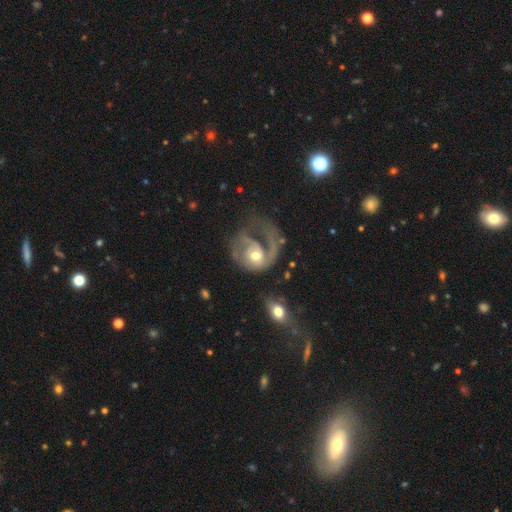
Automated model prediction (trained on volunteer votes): This is likely a featured or disk galaxy (74%). It is clearly not viewed edge-on (98%). Bar: likely no (72%). Spiral arm pattern: clearly yes (82%). Spiral arm count: likely 1 (70%). Spiral winding: marginally medium (38%). Central bulge: likely moderate (64%). Merging: possibly major disturbance (56%).